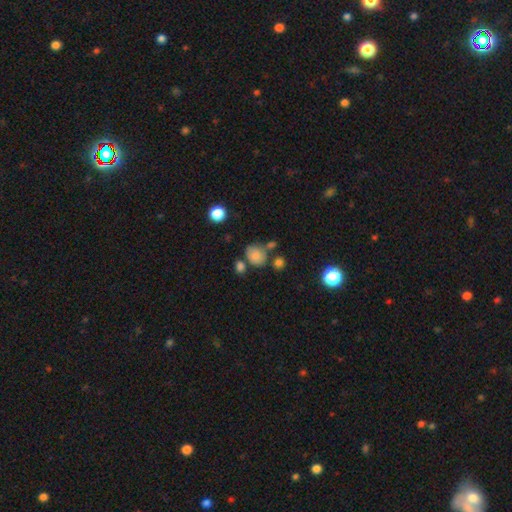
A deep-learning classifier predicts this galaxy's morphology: A smooth galaxy with no disk features (79%) that is round (59%).

Vote fractions:
- Smooth or featured? smooth: 79% / star or artifact: 12% / featured or disk: 9%
- How rounded? round: 59% / in between: 40% / cigar-shaped: 1%
- Merging? none: 58% / merger: 19% / minor disturbance: 17% / major disturbance: 6%